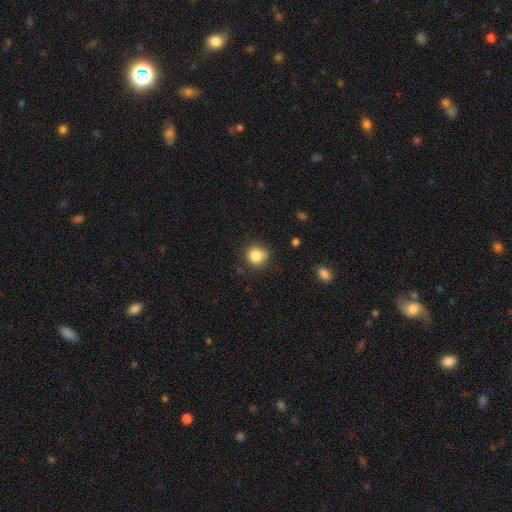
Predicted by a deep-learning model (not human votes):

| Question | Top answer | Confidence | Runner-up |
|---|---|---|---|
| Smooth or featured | smooth | 84% | star or artifact (10%) |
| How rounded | round | 87% | in between (12%) |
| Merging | none | 77% | minor disturbance (17%) |